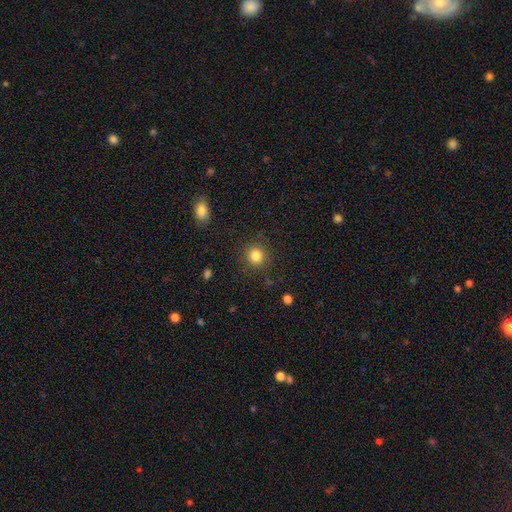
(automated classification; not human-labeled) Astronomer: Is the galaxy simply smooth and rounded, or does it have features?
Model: smooth — 83%.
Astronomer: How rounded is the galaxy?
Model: round — 92%.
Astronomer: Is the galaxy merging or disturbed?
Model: none — 88%.